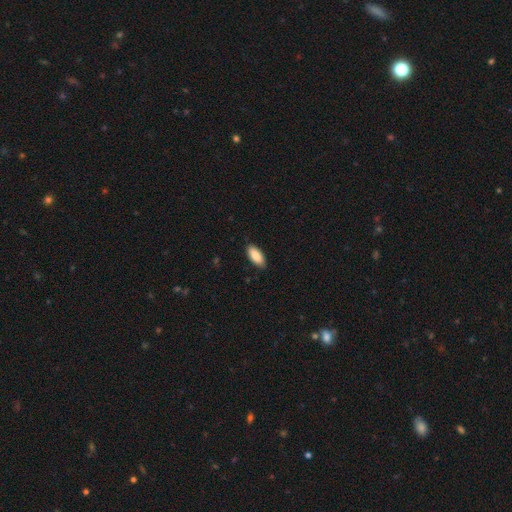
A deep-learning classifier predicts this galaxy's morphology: A smooth galaxy with no disk features (87%) that is in between round and cigar-shaped (89%).

Vote fractions:
- Smooth or featured? smooth: 87% / featured or disk: 7% / star or artifact: 6%
- How rounded? in between: 89% / cigar-shaped: 9% / round: 2%
- Merging? none: 86% / minor disturbance: 11% / major disturbance: 2% / merger: 1%